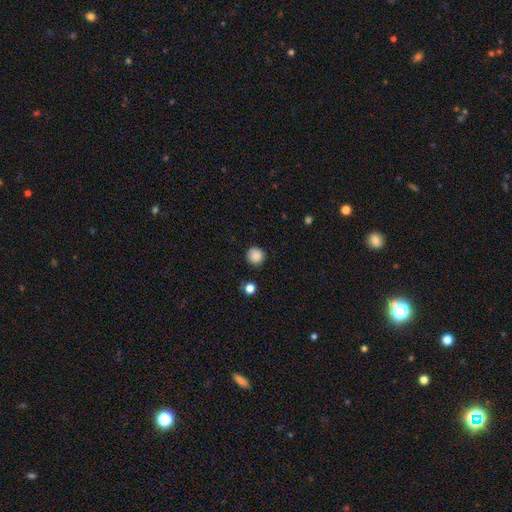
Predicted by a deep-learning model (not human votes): Morphology: type=smooth (86%); roundness=round (94%); merging=none (88%).